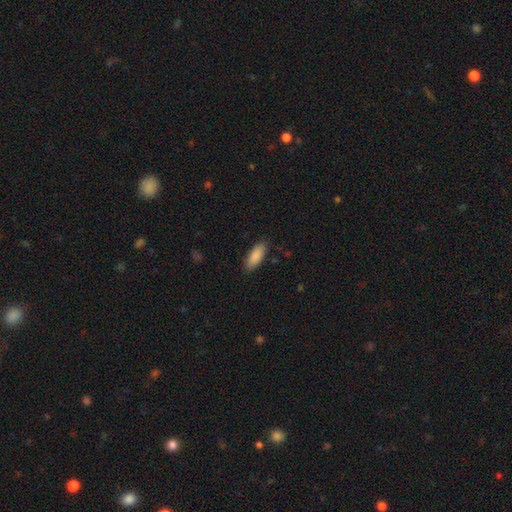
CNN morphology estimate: This is clearly a smooth galaxy (88%). How rounded: likely in between (76%). Merging: clearly none (85%).